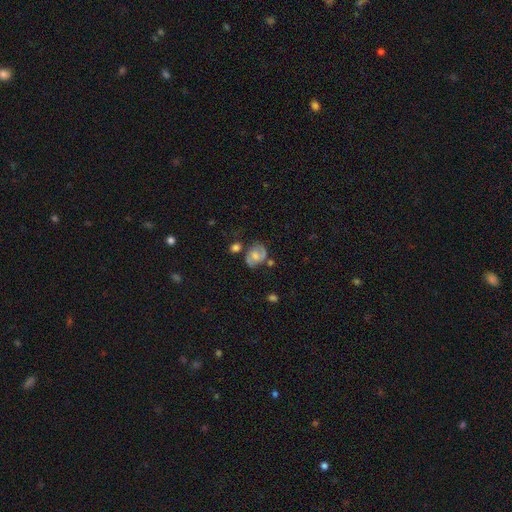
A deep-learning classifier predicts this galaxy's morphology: Smooth or featured? Predicted: featured or disk (p=0.59). Edge-on disk? Predicted: no (p=0.97). Bar? Predicted: no (p=0.59). Spiral arms? Predicted: yes (p=0.83). Bulge size? Predicted: moderate (p=0.52). Merging? Predicted: none (p=0.63).